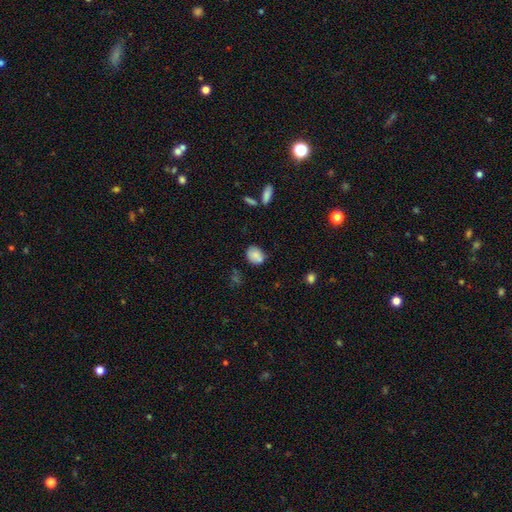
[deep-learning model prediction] Smooth or featured?
  - smooth: 82% *
  - star or artifact: 9%
  - featured or disk: 8%
How rounded?
  - in between: 56% *
  - round: 43%
  - cigar-shaped: 1%
Merging?
  - none: 63% *
  - minor disturbance: 22%
  - merger: 10%
  - major disturbance: 5%